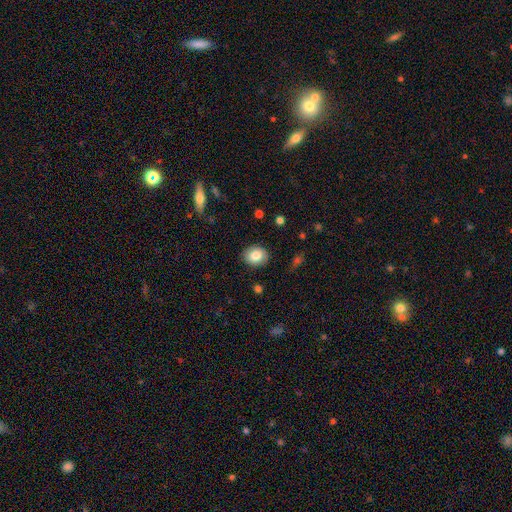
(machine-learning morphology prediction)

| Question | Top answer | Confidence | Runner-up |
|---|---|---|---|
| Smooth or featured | smooth | 83% | featured or disk (9%) |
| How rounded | round | 52% | in between (47%) |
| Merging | none | 87% | minor disturbance (9%) |